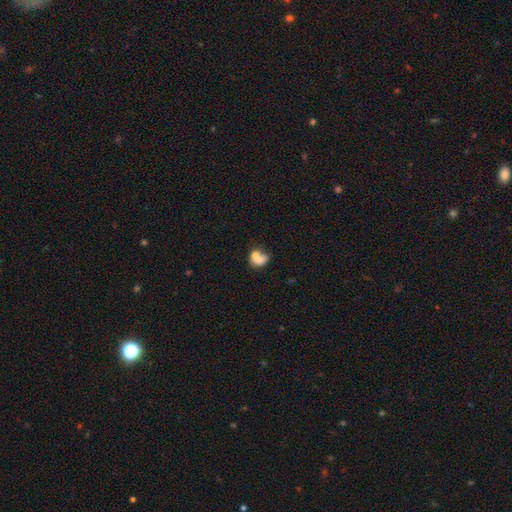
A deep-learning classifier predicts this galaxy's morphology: A smooth galaxy with no disk features (70%) that is in between round and cigar-shaped (52%). Merging: merger (60%).